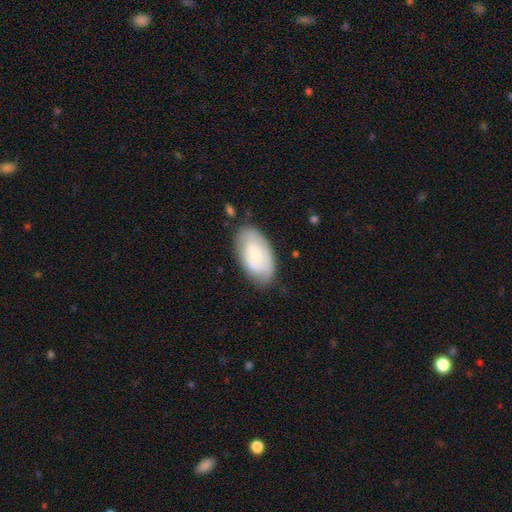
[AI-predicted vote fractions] This appears to be a smooth galaxy with no disk features (54%) that is in between round and cigar-shaped (94%). Merging: none (71%).